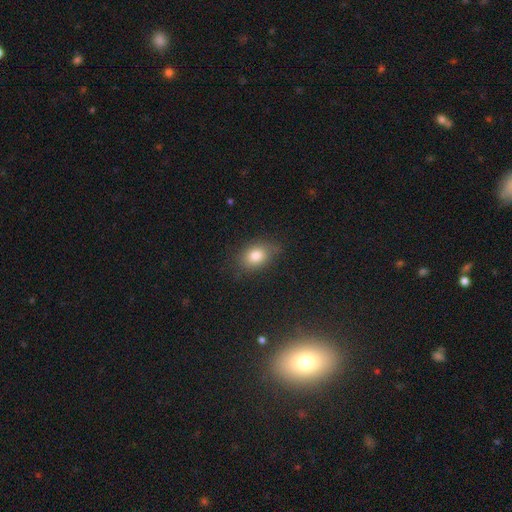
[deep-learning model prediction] Morphology: type=smooth (81%); roundness=in between (78%); merging=none (75%).